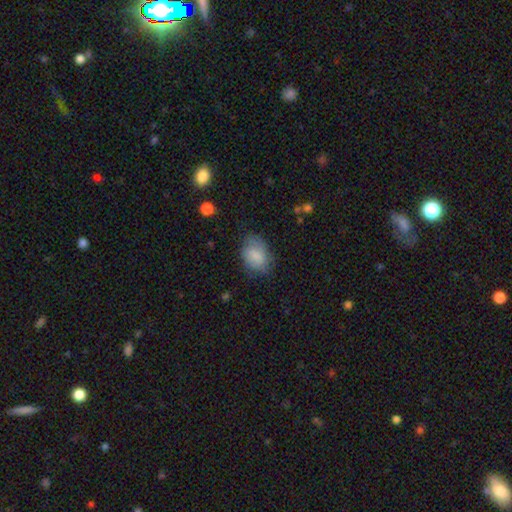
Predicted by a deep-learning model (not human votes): The model was most divided on "merging": none: 64%, minor disturbance: 26%, major disturbance: 9%, merger: 1%. More confident: how rounded — in between (81%); smooth or featured — smooth (79%).